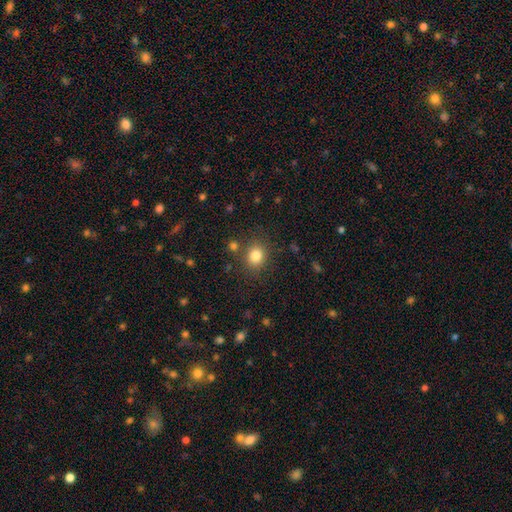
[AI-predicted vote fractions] Overall: smooth (81%). How rounded: round (74%). Merging: none (82%).